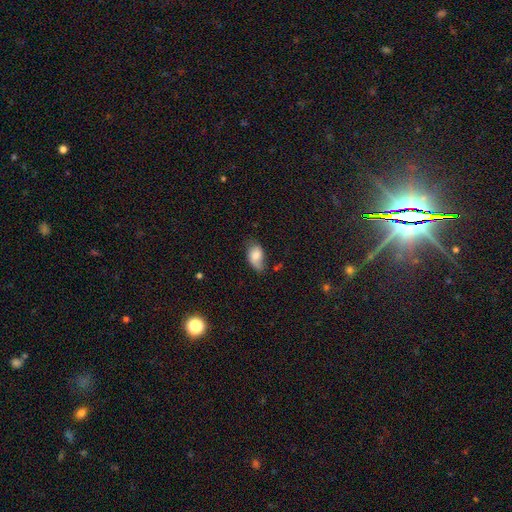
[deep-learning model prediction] smooth 74%, featured or disk 18%, star or artifact 8%. Down the decision tree: how rounded — in between (90%); merging — none (41%).